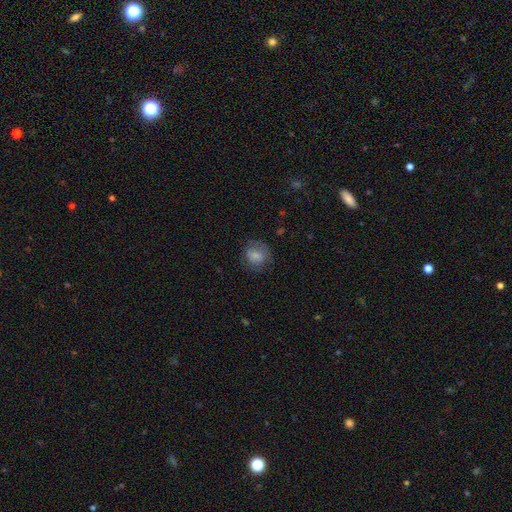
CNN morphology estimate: Smooth or featured? smooth (74%)
How rounded? round (71%)
Merging? none (67%)